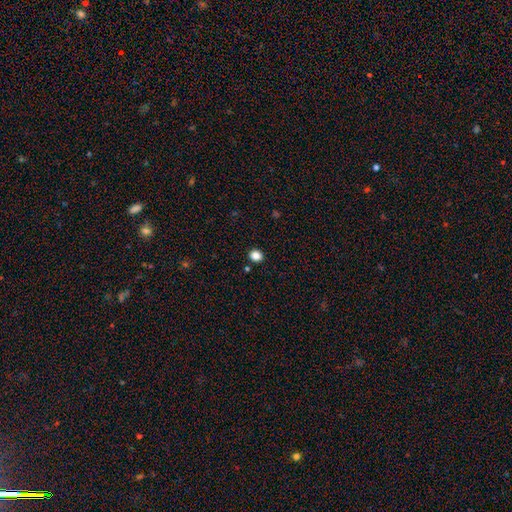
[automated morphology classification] Smooth or featured: smooth — 84% (star or artifact — 12%)
How rounded: round — 79% (in between — 21%)
Merging: none — 91% (minor disturbance — 5%)